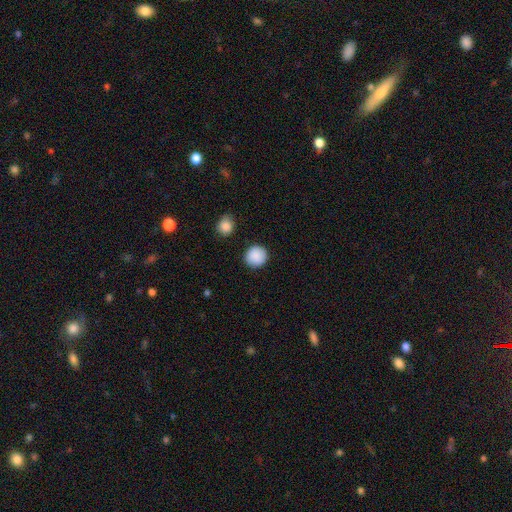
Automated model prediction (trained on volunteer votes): A smooth galaxy with no disk features (89%) that is round (93%). Merging: none (88%).